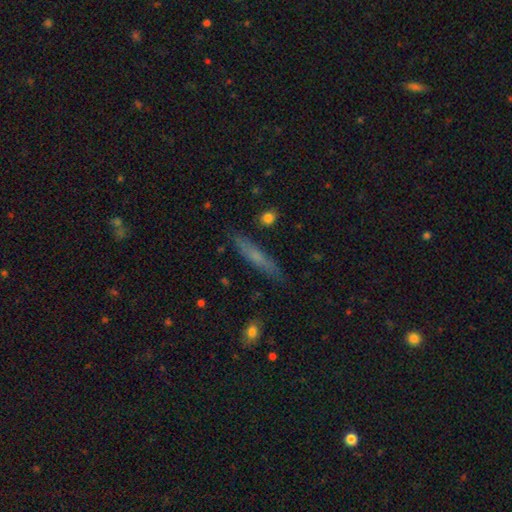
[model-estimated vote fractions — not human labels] Smooth or featured?
  - smooth: 54% *
  - featured or disk: 37%
  - star or artifact: 9%
How rounded?
  - cigar-shaped: 91% *
  - in between: 6%
  - round: 2%
Merging?
  - none: 86% *
  - minor disturbance: 10%
  - major disturbance: 2%
  - merger: 2%